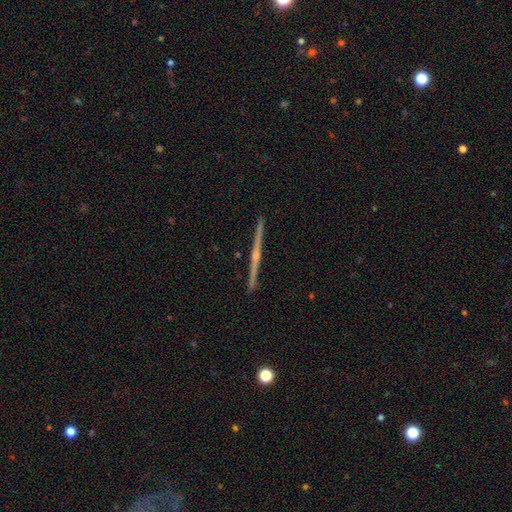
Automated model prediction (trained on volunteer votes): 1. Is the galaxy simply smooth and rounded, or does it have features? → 82% featured or disk, 13% smooth, 6% star or artifact.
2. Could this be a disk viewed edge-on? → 99% yes, 1% no.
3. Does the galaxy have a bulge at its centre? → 67% rounded, 27% none, 6% boxy.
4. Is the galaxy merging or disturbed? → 93% none, 5% minor disturbance, 1% merger, 1% major disturbance.